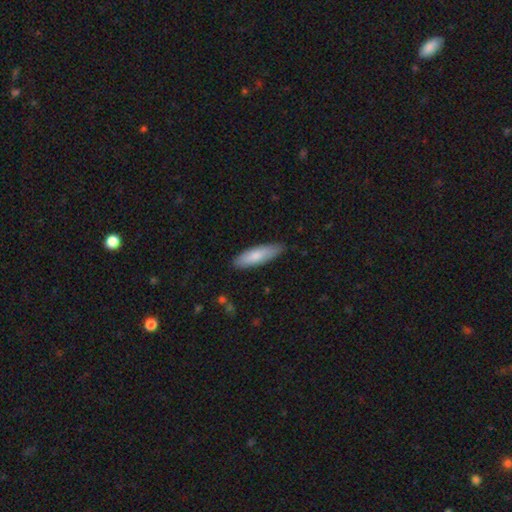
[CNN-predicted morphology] This is likely a smooth galaxy (80%). How rounded: possibly cigar-shaped (54%). Merging: clearly none (84%).